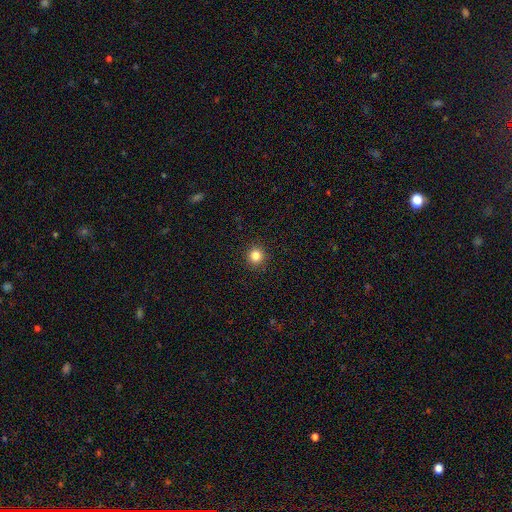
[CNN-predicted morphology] smooth 83%, star or artifact 12%, featured or disk 5%. Down the decision tree: how rounded — round (93%); merging — none (92%).